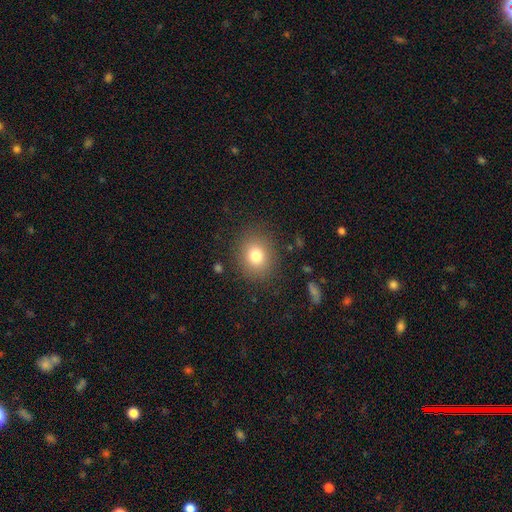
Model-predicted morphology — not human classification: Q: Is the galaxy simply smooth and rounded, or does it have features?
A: smooth — 79%.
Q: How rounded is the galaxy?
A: round — 69%.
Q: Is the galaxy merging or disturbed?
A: none — 86%.